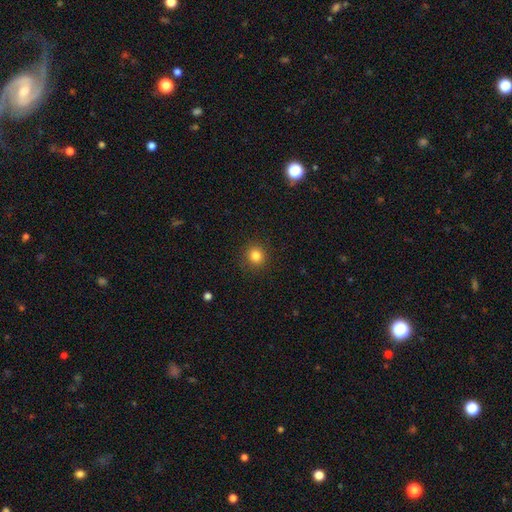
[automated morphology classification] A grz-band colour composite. It shows a smooth galaxy with no disk features (83%) that is round (90%). Merging: none (91%).